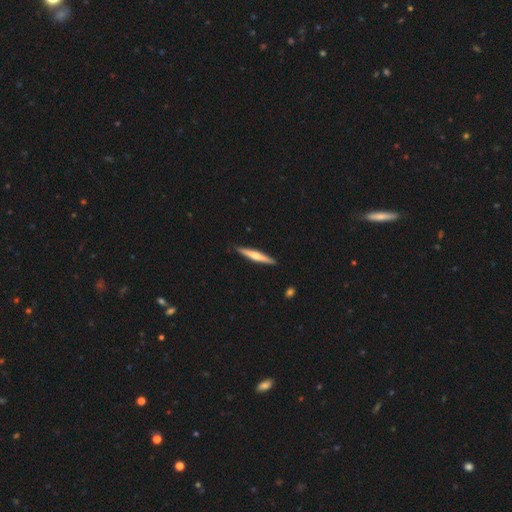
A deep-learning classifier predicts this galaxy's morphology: smooth-or-featured: featured or disk: 56% | smooth: 39% | star or artifact: 5%
  disk-edge-on: yes: 97% | no: 3%
    edge-on-bulge: rounded: 79% | none: 14% | boxy: 7%
  merging: none: 90% | minor disturbance: 7% | major disturbance: 1% | merger: 1%